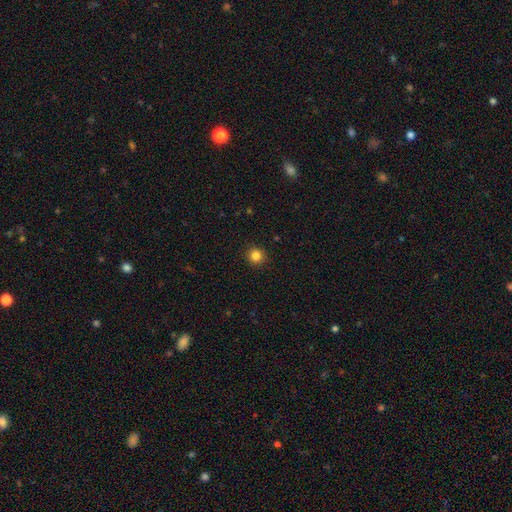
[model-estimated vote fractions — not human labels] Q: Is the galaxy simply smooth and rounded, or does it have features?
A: smooth — 84%.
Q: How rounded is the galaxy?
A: round — 93%.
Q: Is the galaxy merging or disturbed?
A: none — 92%.